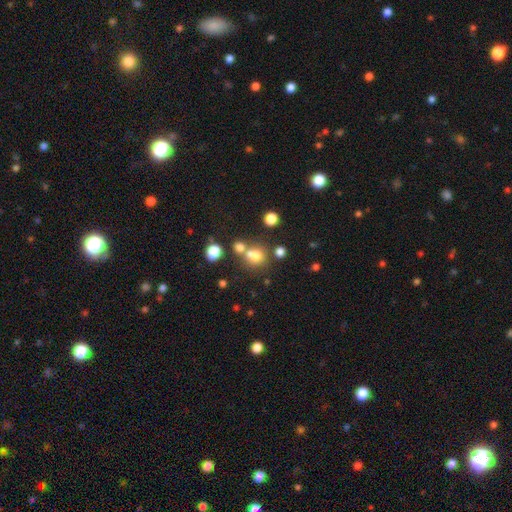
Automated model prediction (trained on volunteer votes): Morphology: type=smooth (70%); roundness=round (82%); merging=none (51%).